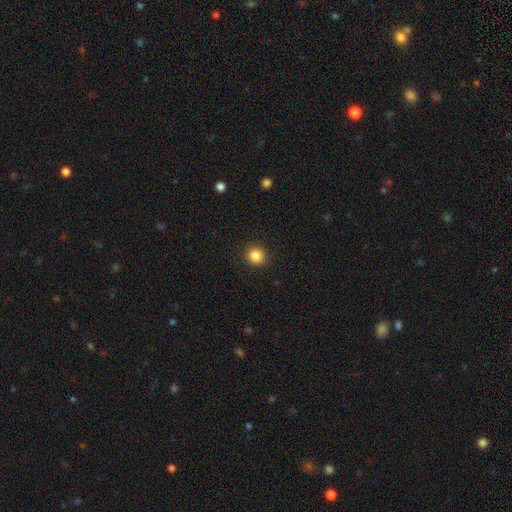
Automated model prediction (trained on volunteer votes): This is clearly a smooth galaxy (86%). How rounded: clearly round (86%). Merging: clearly none (91%).